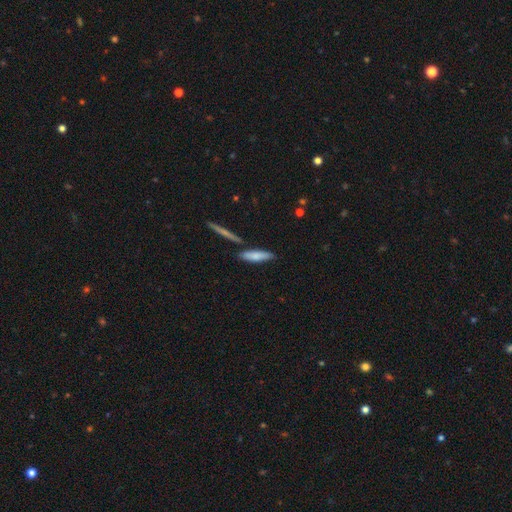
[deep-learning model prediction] Q: Smooth or featured?
A: smooth (75%); runner-up: featured or disk (19%)
Q: How rounded?
A: cigar-shaped (70%); runner-up: in between (28%)
Q: Merging?
A: none (74%); runner-up: minor disturbance (13%)